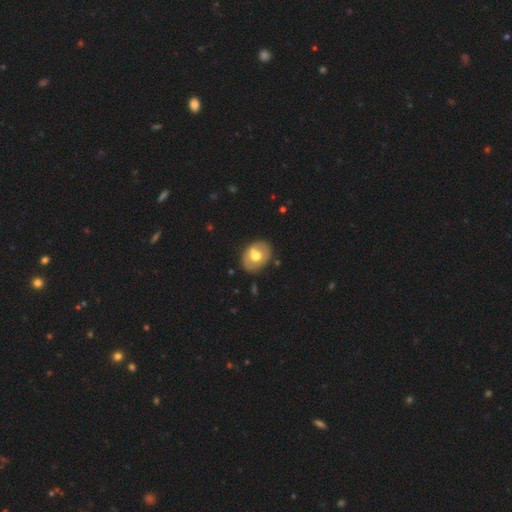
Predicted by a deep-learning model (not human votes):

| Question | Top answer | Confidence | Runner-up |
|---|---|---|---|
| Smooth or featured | smooth | 49% | featured or disk (45%) |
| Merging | none | 76% | minor disturbance (16%) |